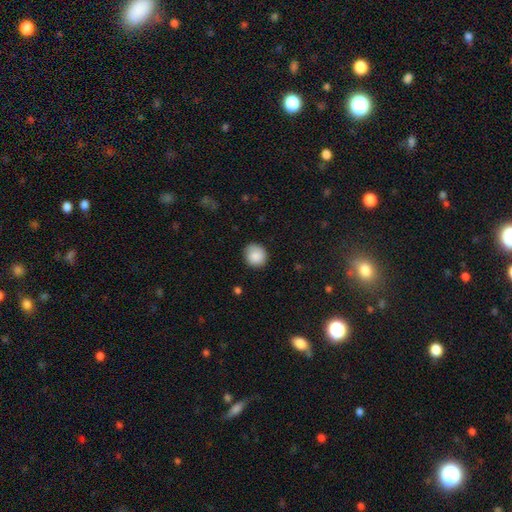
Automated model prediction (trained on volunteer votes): smooth_or_featured: smooth (p=0.87) [alt: star or artifact p=0.08]
how_rounded: round (p=0.87) [alt: in between p=0.12]
merging: none (p=0.83) [alt: minor disturbance p=0.13]